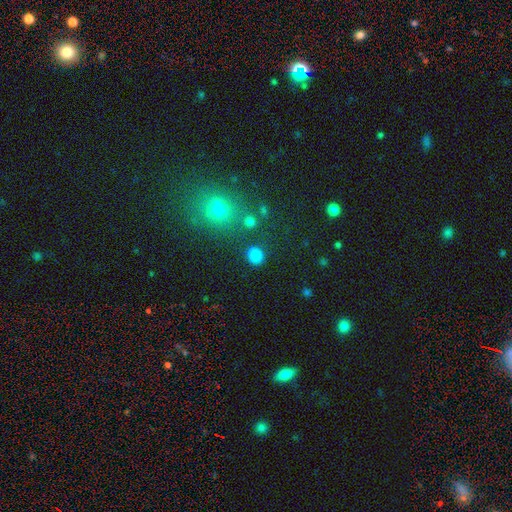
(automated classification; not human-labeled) smooth 82%, star or artifact 13%, featured or disk 4%. Down the decision tree: how rounded — round (59%); merging — none (80%).